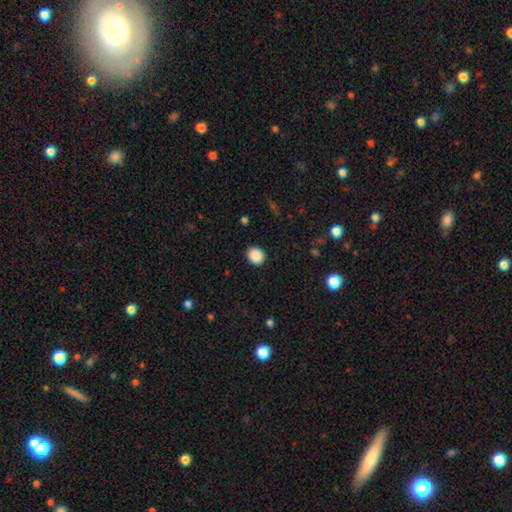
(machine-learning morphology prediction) This is clearly a smooth galaxy (89%). How rounded: likely round (75%). Merging: clearly none (91%).